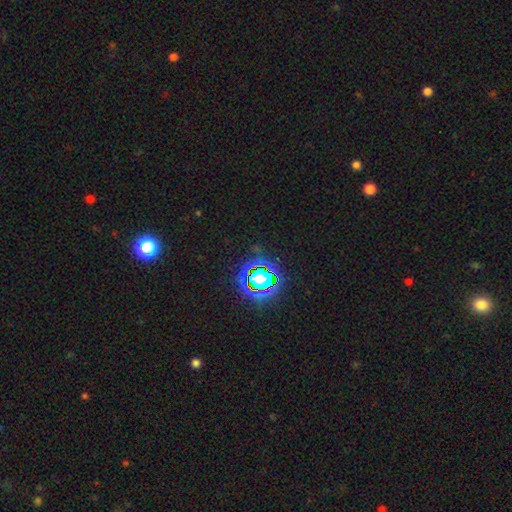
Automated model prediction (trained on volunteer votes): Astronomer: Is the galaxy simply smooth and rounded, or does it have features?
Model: star or artifact — 80%.